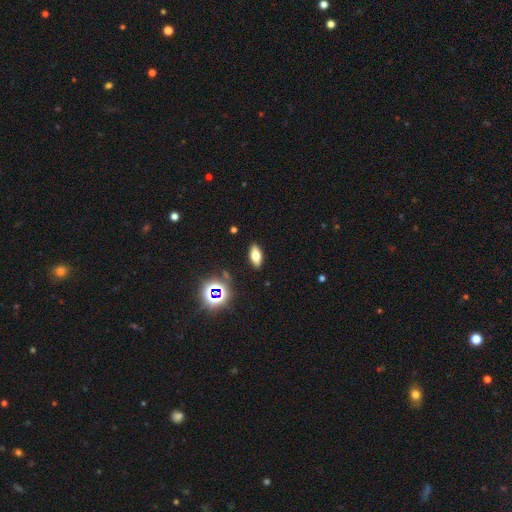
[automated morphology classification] A smooth galaxy with no disk features (62%) that is in between round and cigar-shaped (81%).

Vote fractions:
- Smooth or featured? smooth: 62% / featured or disk: 22% / star or artifact: 15%
- How rounded? in between: 81% / cigar-shaped: 14% / round: 5%
- Merging? none: 88% / minor disturbance: 8% / major disturbance: 2% / merger: 1%